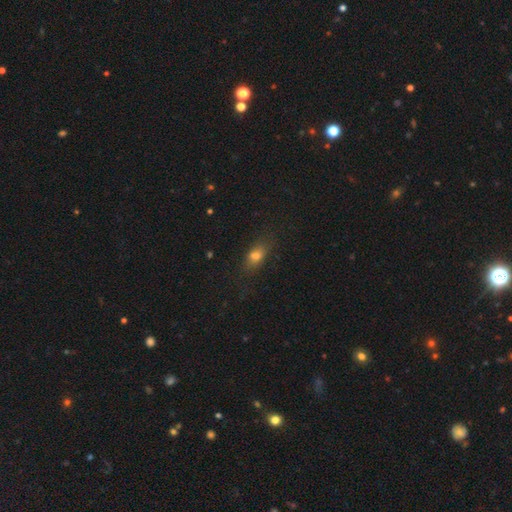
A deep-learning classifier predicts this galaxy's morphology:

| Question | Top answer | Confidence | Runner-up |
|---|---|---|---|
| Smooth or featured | smooth | 71% | featured or disk (15%) |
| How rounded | in between | 71% | cigar-shaped (16%) |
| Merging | none | 74% | minor disturbance (17%) |